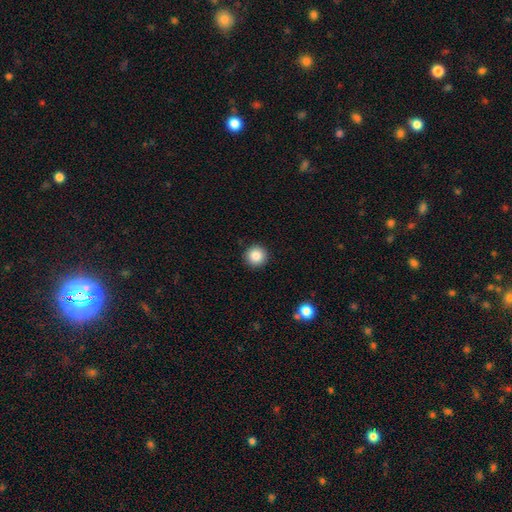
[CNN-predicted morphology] type=smooth (86%); roundness=round (96%); merging=none (93%).